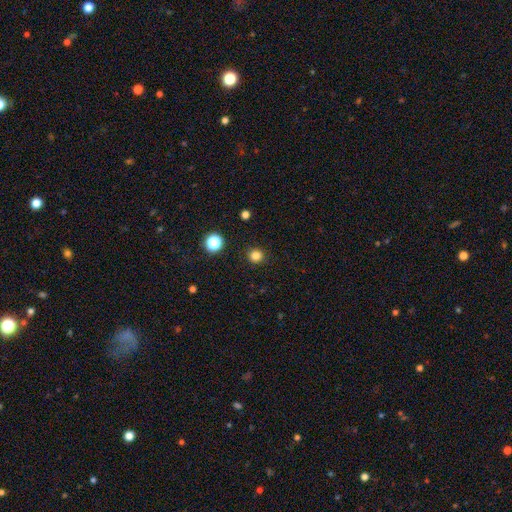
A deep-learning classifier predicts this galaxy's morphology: Smooth or featured? Predicted: smooth (p=0.82). How rounded? Predicted: round (p=0.94). Merging? Predicted: none (p=0.92).